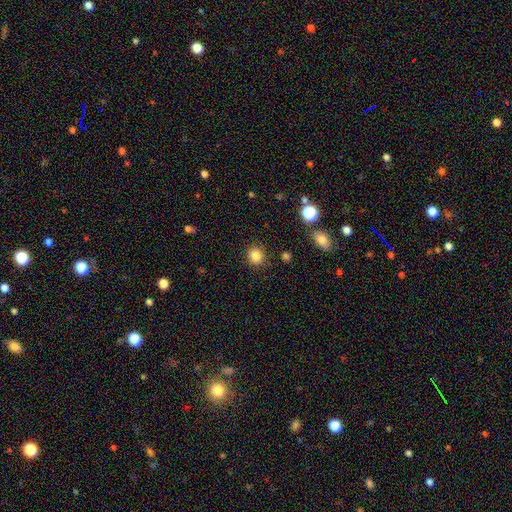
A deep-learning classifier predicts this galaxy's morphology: Smooth or featured: smooth — 84% (star or artifact — 11%)
How rounded: round — 87% (in between — 12%)
Merging: none — 90% (minor disturbance — 6%)